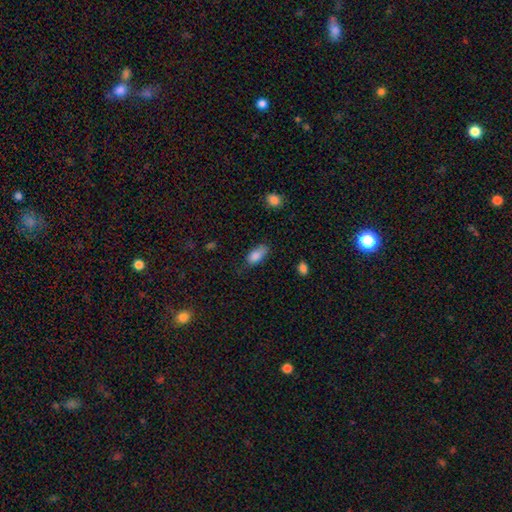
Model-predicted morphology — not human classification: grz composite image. It shows a smooth galaxy with no disk features (85%) that is in between round and cigar-shaped (89%). Merging: none (58%).